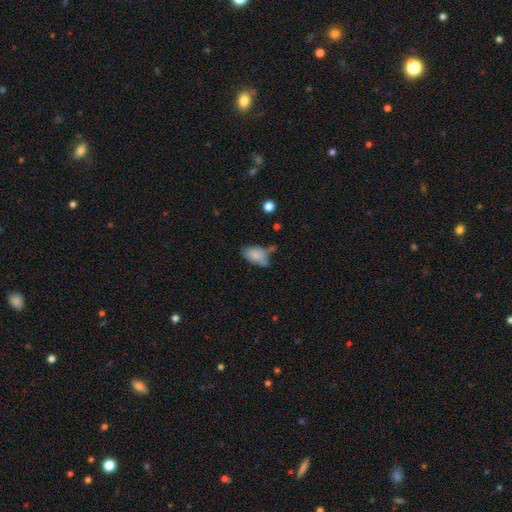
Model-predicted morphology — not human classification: Q: Smooth or featured?
A: smooth (79%); runner-up: featured or disk (13%)
Q: How rounded?
A: in between (92%); runner-up: round (6%)
Q: Merging?
A: none (44%); runner-up: minor disturbance (32%)